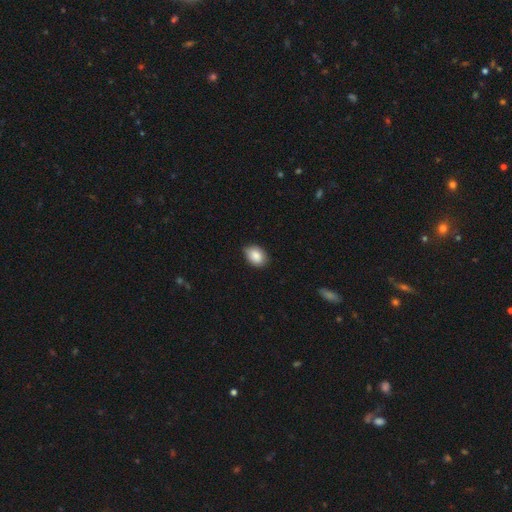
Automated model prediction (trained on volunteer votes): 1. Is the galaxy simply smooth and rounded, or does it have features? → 88% smooth, 7% star or artifact, 5% featured or disk.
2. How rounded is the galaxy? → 76% in between, 23% round, 1% cigar-shaped.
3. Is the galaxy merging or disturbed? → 77% none, 19% minor disturbance, 2% major disturbance, 1% merger.